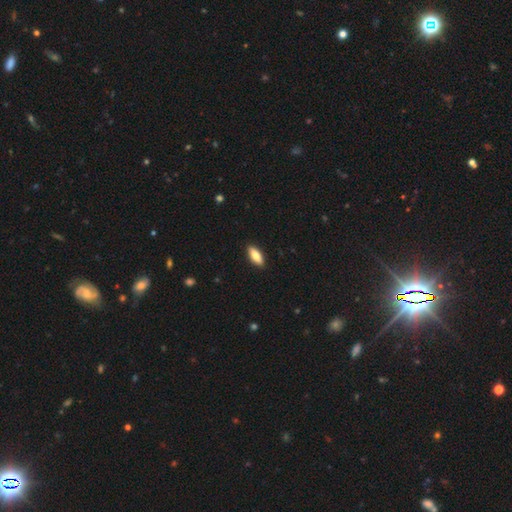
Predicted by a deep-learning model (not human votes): Smooth or featured: smooth — 80% (featured or disk — 14%)
How rounded: in between — 75% (cigar-shaped — 22%)
Merging: none — 90% (minor disturbance — 7%)